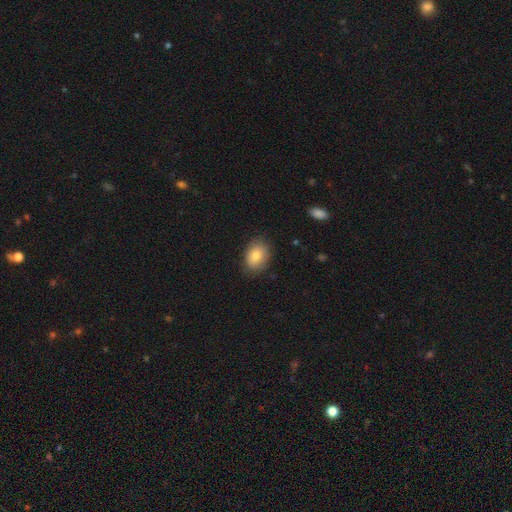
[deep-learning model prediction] This is clearly a smooth galaxy (82%). How rounded: likely in between (75%). Merging: clearly none (83%).